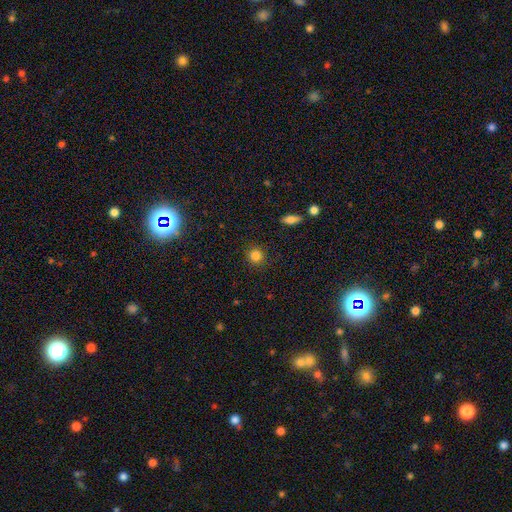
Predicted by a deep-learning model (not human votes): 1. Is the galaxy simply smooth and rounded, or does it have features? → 83% smooth, 12% star or artifact, 5% featured or disk.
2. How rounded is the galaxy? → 91% round, 8% in between, 1% cigar-shaped.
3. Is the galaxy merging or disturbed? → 90% none, 6% minor disturbance, 2% major disturbance, 1% merger.